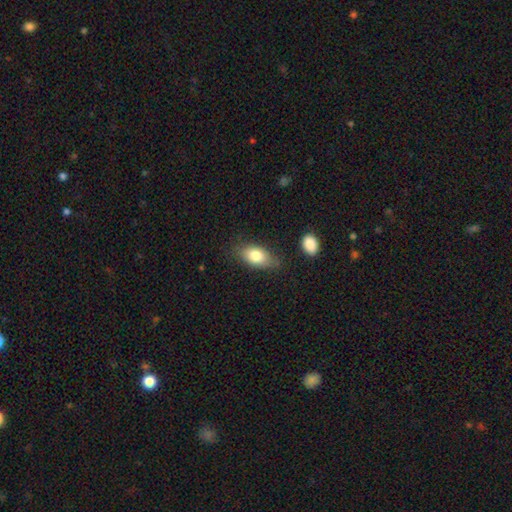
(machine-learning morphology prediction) Overall: smooth (79%). How rounded: in between (86%). Merging: none (69%).